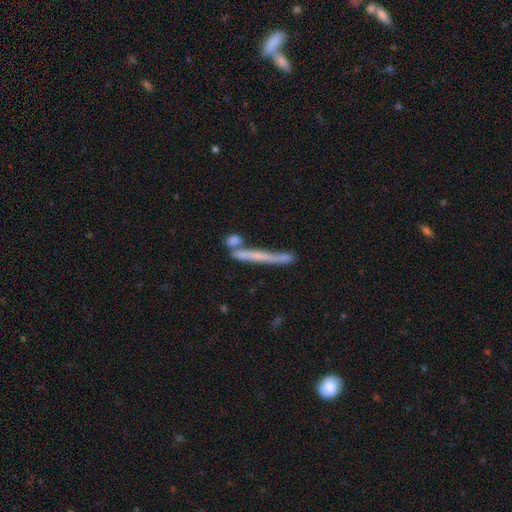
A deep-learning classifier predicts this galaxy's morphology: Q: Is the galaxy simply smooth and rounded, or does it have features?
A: featured or disk — 50%.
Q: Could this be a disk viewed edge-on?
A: yes — 88%.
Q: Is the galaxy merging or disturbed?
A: none — 56%.